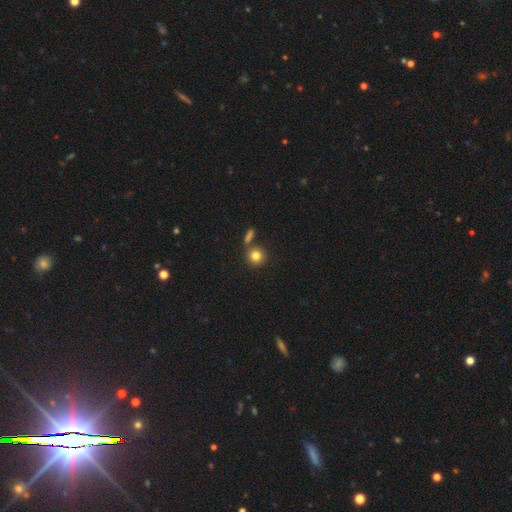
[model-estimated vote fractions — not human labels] smooth-or-featured: smooth: 81% | star or artifact: 11% | featured or disk: 7%
  how-rounded: round: 91% | in between: 8% | cigar-shaped: 1%
  merging: none: 74% | merger: 15% | minor disturbance: 9% | major disturbance: 3%